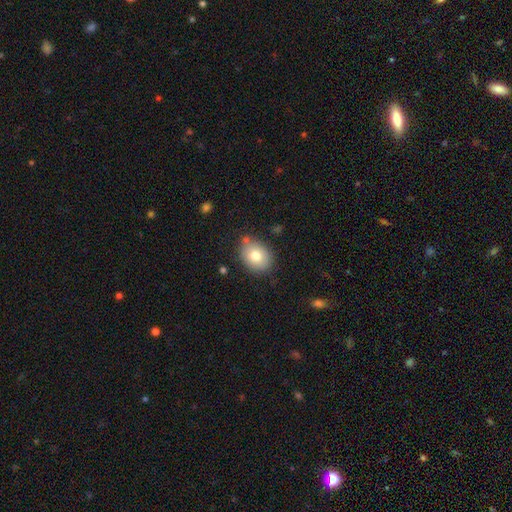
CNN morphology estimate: This appears to be a smooth galaxy with no disk features (76%) that is in between round and cigar-shaped (64%). Merging: none (76%).